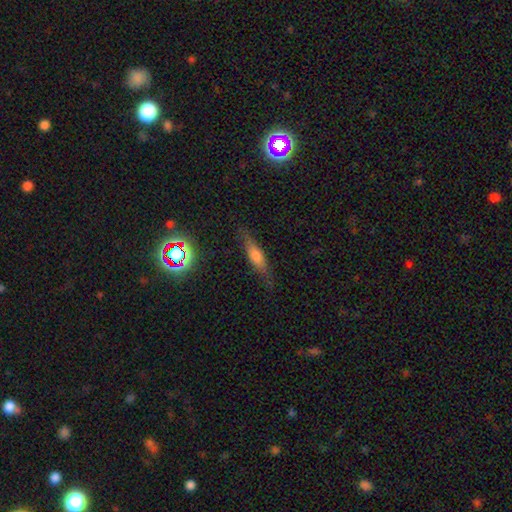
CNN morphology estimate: Smooth or featured: smooth — 55% (featured or disk — 34%)
How rounded: cigar-shaped — 61% (in between — 36%)
Merging: none — 75% (minor disturbance — 18%)